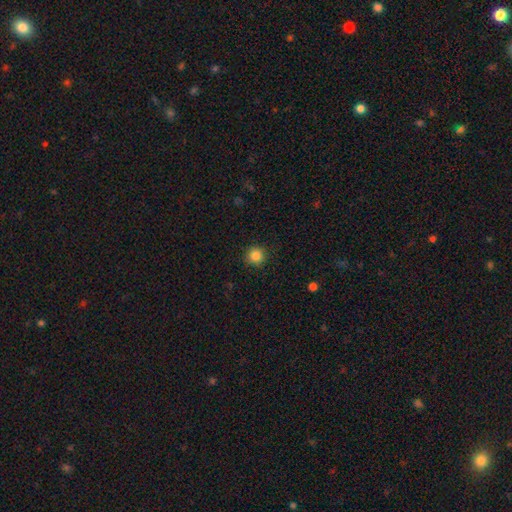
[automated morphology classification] smooth 85%, star or artifact 11%, featured or disk 4%. Down the decision tree: how rounded — round (94%); merging — none (91%).